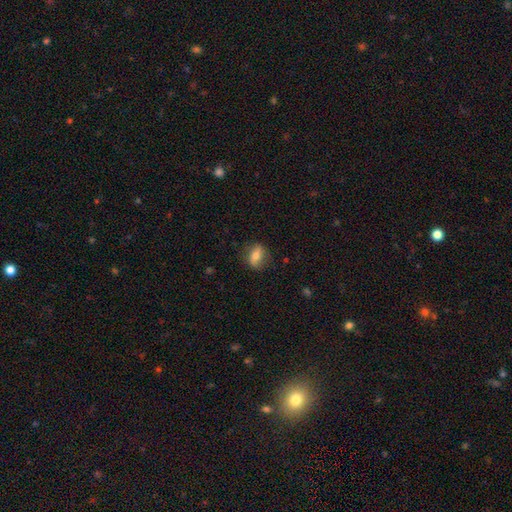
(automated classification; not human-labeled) smooth-or-featured: smooth: 67% | featured or disk: 25% | star or artifact: 8%
  how-rounded: in between: 71% | round: 20% | cigar-shaped: 10%
  merging: none: 79% | minor disturbance: 15% | major disturbance: 4% | merger: 1%